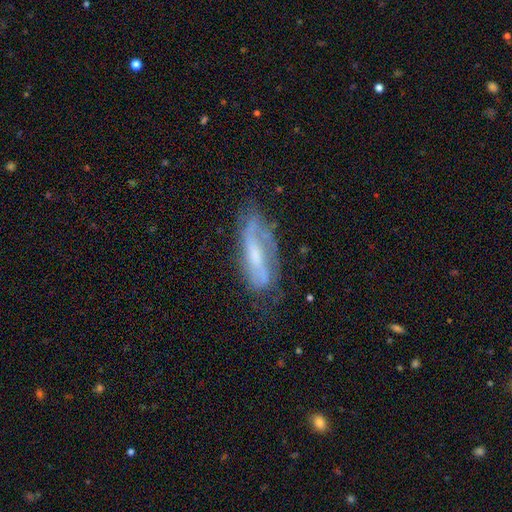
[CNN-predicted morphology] type=featured or disk (69%); edge-on=no (82%); bar=no (40%); spiral arms=yes (82%); bulge=small (39%); merging=none (58%).